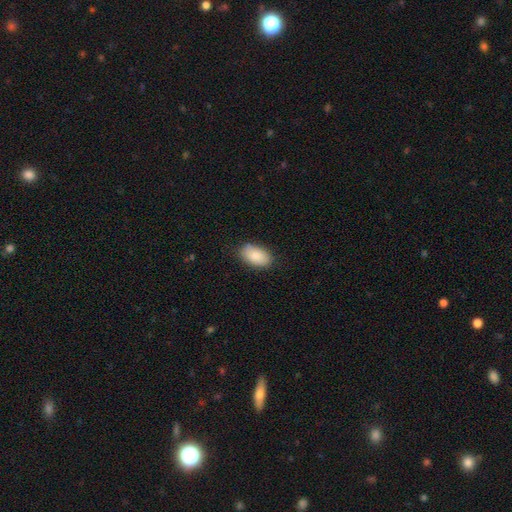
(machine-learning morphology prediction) smooth_or_featured: smooth (p=0.88) [alt: star or artifact p=0.06]
how_rounded: in between (p=0.94) [alt: round p=0.04]
merging: none (p=0.83) [alt: minor disturbance p=0.13]